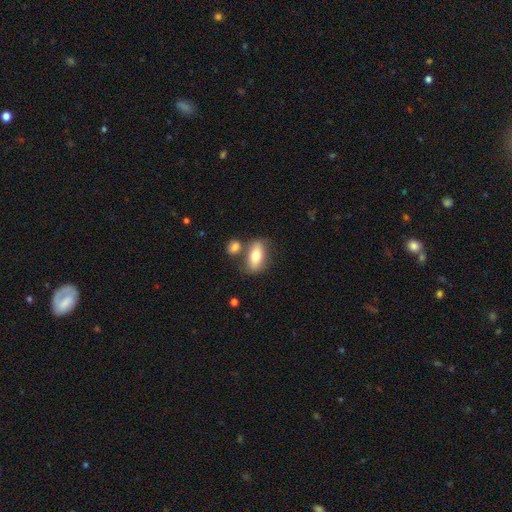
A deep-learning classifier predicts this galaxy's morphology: smooth_or_featured: smooth (p=0.76) [alt: featured or disk p=0.18]
how_rounded: in between (p=0.86) [alt: cigar-shaped p=0.09]
merging: none (p=0.61) [alt: merger p=0.21]